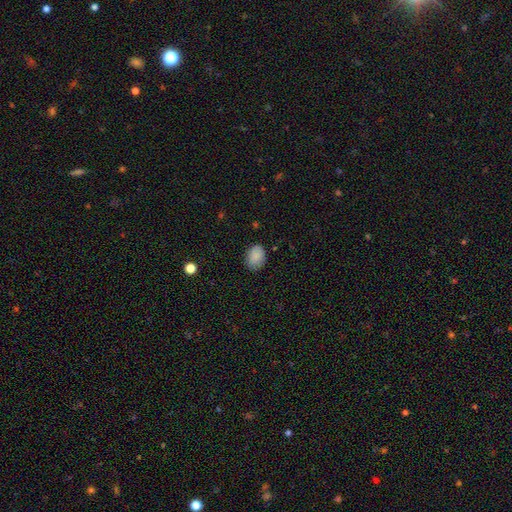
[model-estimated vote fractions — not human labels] smooth_or_featured: smooth (p=0.88) [alt: star or artifact p=0.08]
how_rounded: in between (p=0.73) [alt: round p=0.26]
merging: none (p=0.82) [alt: minor disturbance p=0.14]